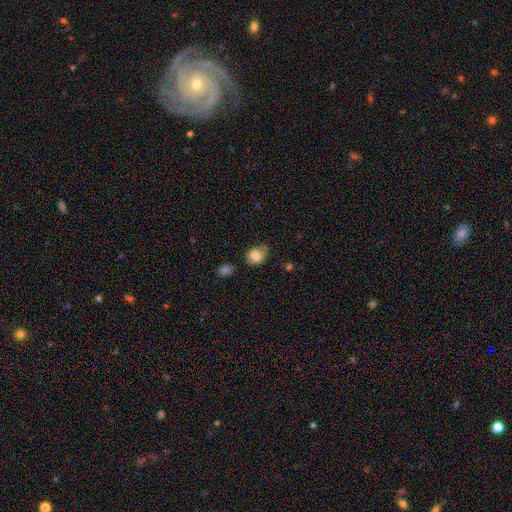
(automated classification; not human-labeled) This appears to be a smooth galaxy with no disk features (82%) that is in between round and cigar-shaped (60%). Merging: none (60%).